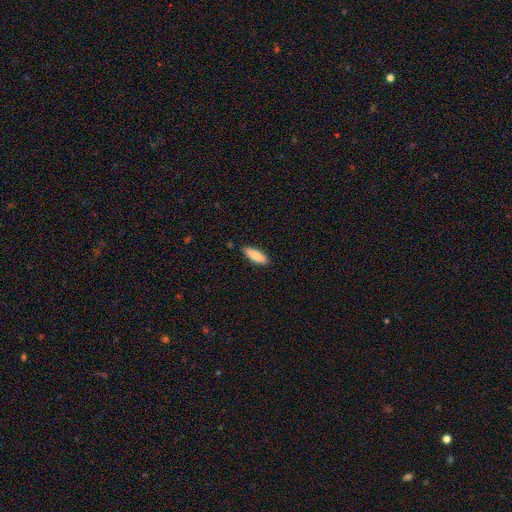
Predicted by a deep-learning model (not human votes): Overall: smooth (82%). How rounded: in between (56%; cigar-shaped 43%). Merging: none (87%).